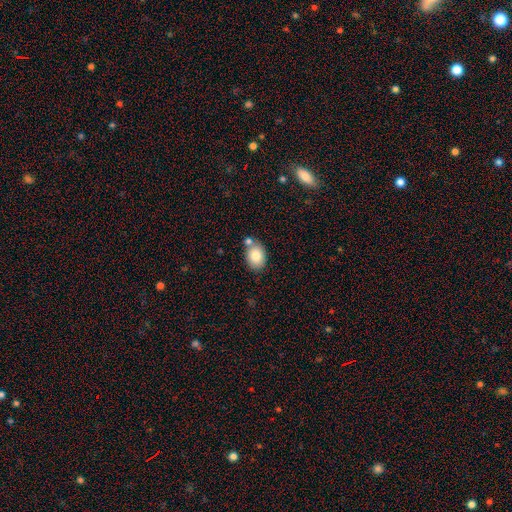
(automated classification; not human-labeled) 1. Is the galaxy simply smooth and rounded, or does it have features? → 82% smooth, 11% featured or disk, 8% star or artifact.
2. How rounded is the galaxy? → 73% in between, 26% round, 1% cigar-shaped.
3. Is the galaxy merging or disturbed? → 65% none, 18% merger, 14% minor disturbance, 3% major disturbance.